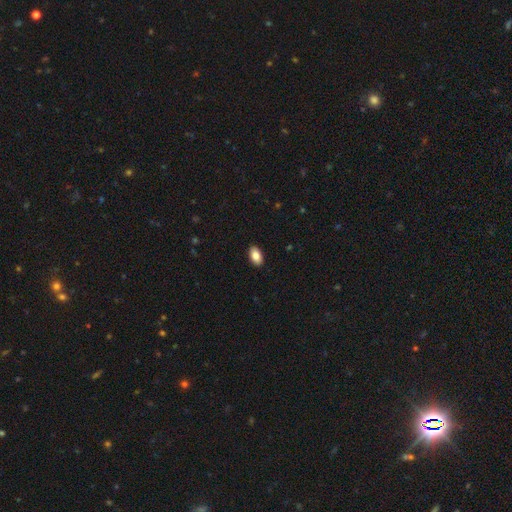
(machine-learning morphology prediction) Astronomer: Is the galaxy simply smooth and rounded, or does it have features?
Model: smooth — 85%.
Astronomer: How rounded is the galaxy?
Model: in between — 94%.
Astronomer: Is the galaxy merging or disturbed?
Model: none — 91%.